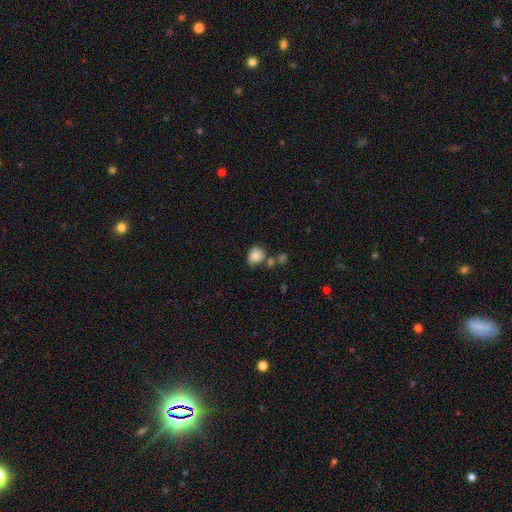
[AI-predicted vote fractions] Overall: smooth (83%). How rounded: round (62%; in between 37%). Merging: none (58%; minor disturbance 20%).